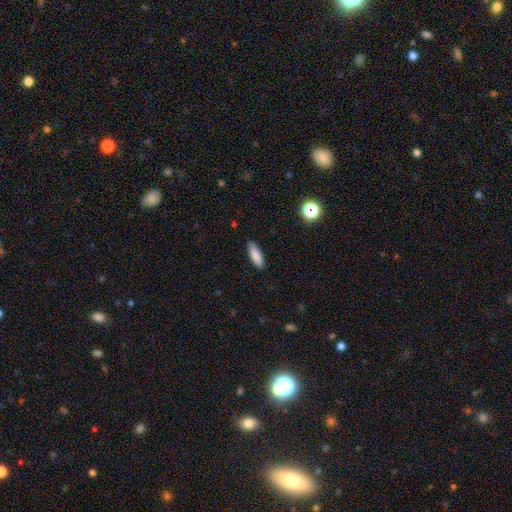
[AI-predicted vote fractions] A smooth galaxy with no disk features (85%) that is cigar-shaped (57%). Merging: none (85%).